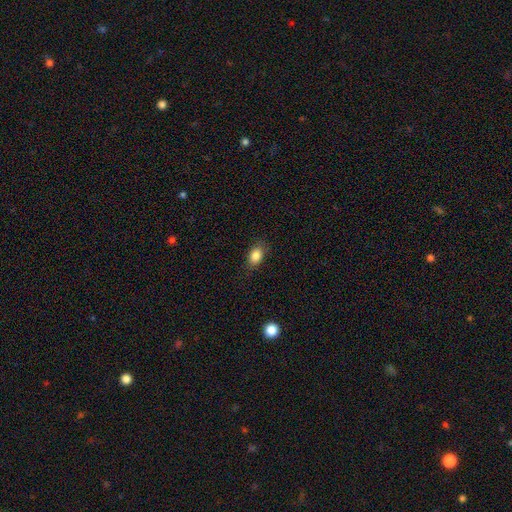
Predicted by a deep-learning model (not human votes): Overall: smooth (85%). How rounded: in between (83%). Merging: none (82%).